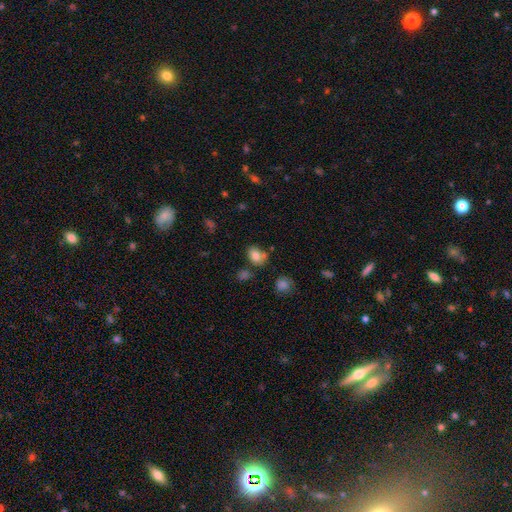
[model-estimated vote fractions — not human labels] This is clearly a smooth galaxy (81%). How rounded: likely in between (72%). Merging: likely none (63%).